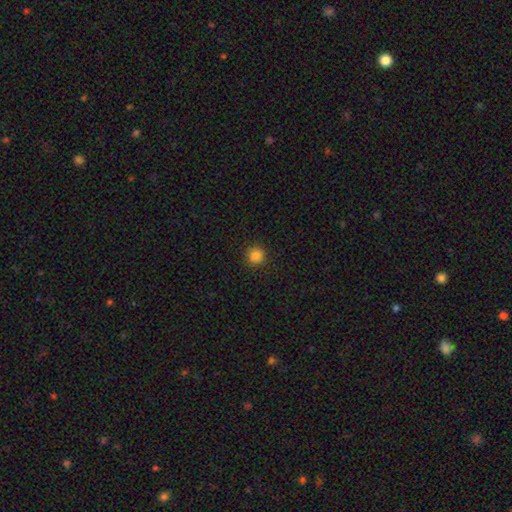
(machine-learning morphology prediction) Overall: smooth (84%). How rounded: round (94%). Merging: none (91%).